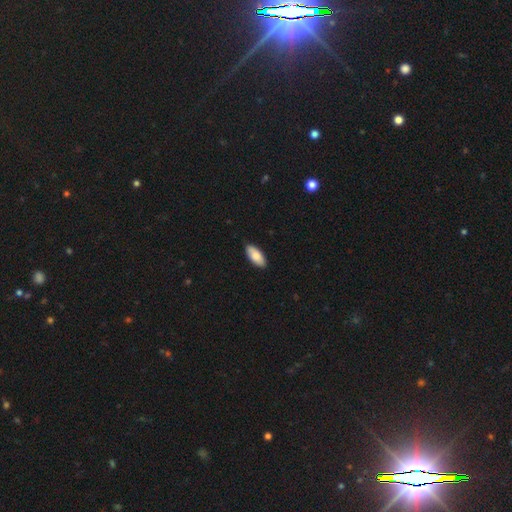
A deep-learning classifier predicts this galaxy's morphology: A smooth galaxy with no disk features (83%) that is in between round and cigar-shaped (89%).

Vote fractions:
- Smooth or featured? smooth: 83% / featured or disk: 11% / star or artifact: 5%
- How rounded? in between: 89% / cigar-shaped: 10% / round: 2%
- Merging? none: 88% / minor disturbance: 9% / major disturbance: 2% / merger: 1%